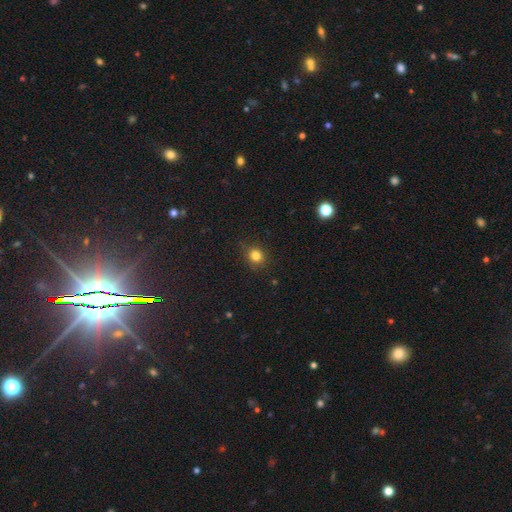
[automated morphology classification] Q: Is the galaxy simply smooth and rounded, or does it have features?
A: smooth — 81%.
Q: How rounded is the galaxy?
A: round — 79%.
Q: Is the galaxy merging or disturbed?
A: none — 85%.